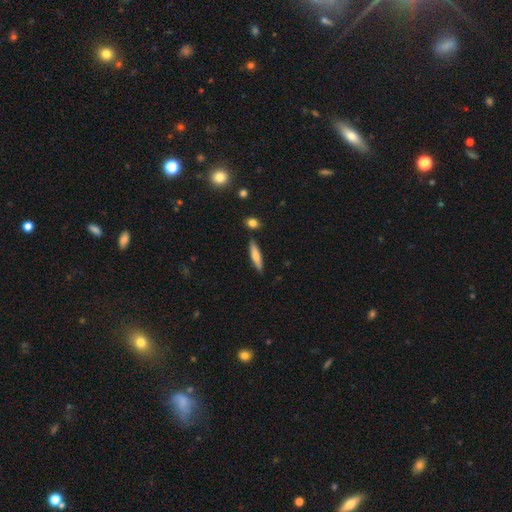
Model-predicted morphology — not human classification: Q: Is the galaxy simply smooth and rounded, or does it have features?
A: smooth — 63%.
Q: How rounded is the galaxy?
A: cigar-shaped — 83%.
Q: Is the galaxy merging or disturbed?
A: none — 85%.